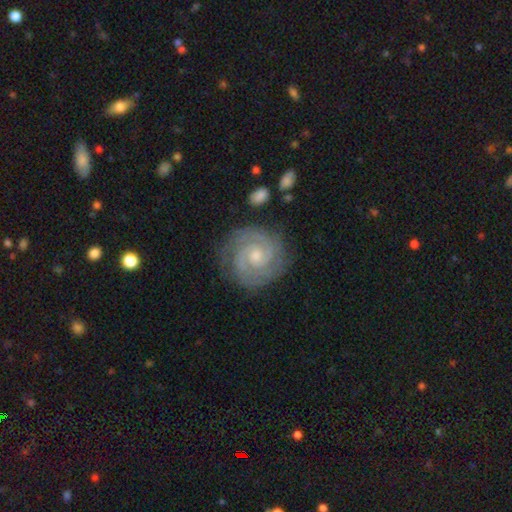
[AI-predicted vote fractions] Smooth or featured? featured or disk (90%)
Edge-on disk? no (98%)
Bar? no (66%)
Spiral arms? yes (98%)
Spiral winding? tight (80%)
Spiral arm count? 2 (74%)
Bulge size? small (64%)
Merging? none (83%)